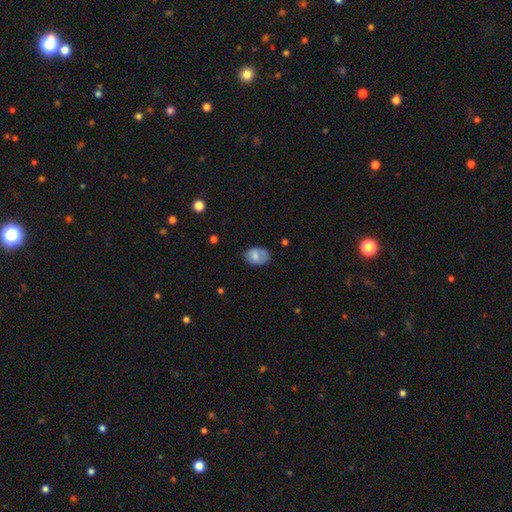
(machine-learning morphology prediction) Smooth or featured? smooth (72%)
How rounded? in between (78%)
Merging? none (61%)